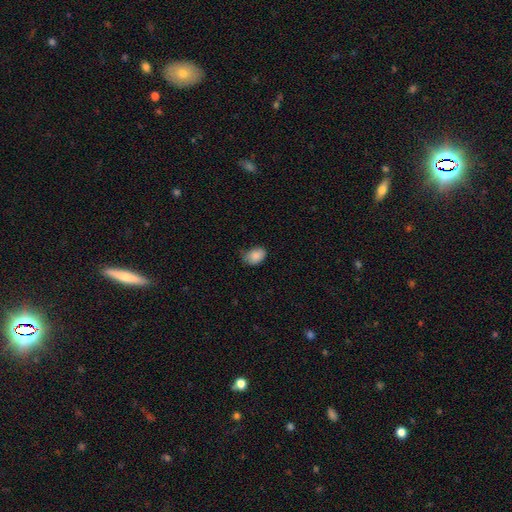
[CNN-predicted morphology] Smooth or featured? Predicted: smooth (p=0.87). How rounded? Predicted: in between (p=0.82). Merging? Predicted: none (p=0.62).